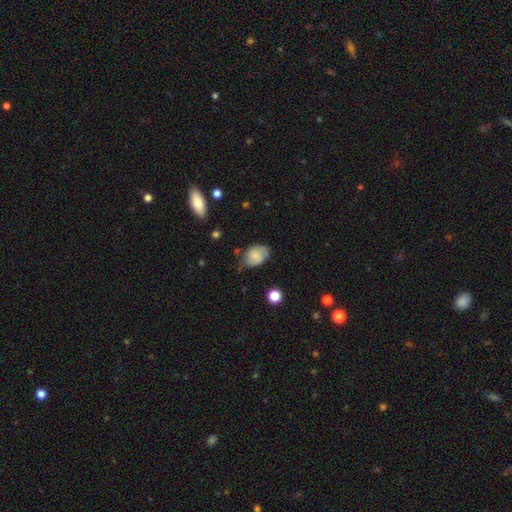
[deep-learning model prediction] A smooth galaxy with no disk features (76%) that is in between round and cigar-shaped (81%).

Vote fractions:
- Smooth or featured? smooth: 76% / featured or disk: 16% / star or artifact: 8%
- How rounded? in between: 81% / round: 18% / cigar-shaped: 1%
- Merging? none: 63% / minor disturbance: 28% / major disturbance: 6% / merger: 3%